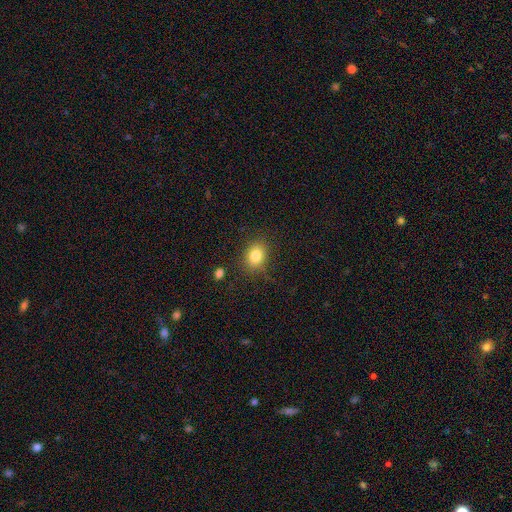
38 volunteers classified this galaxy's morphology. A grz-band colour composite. It shows a smooth galaxy with no disk features (84%) that is in between round and cigar-shaped (56%). Merging: none (89%).